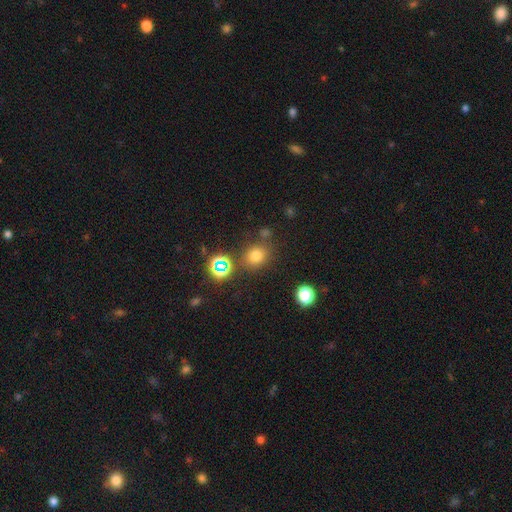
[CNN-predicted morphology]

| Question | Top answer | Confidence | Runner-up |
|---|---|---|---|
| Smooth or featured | smooth | 73% | star or artifact (20%) |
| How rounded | round | 69% | in between (30%) |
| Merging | none | 76% | minor disturbance (12%) |